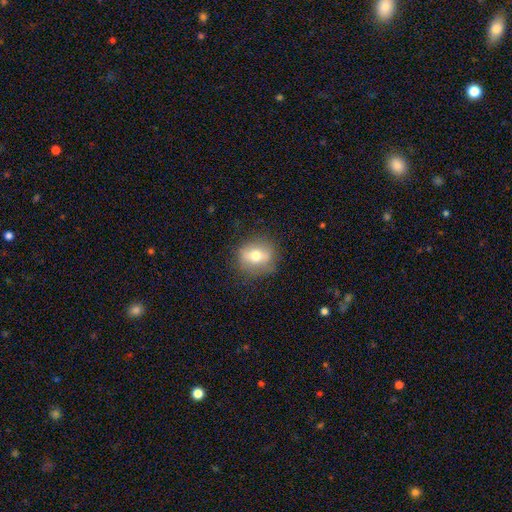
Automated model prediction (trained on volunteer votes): smooth_or_featured: smooth (p=0.59) [alt: featured or disk p=0.31]
how_rounded: round (p=0.72) [alt: in between p=0.26]
merging: none (p=0.80) [alt: minor disturbance p=0.14]